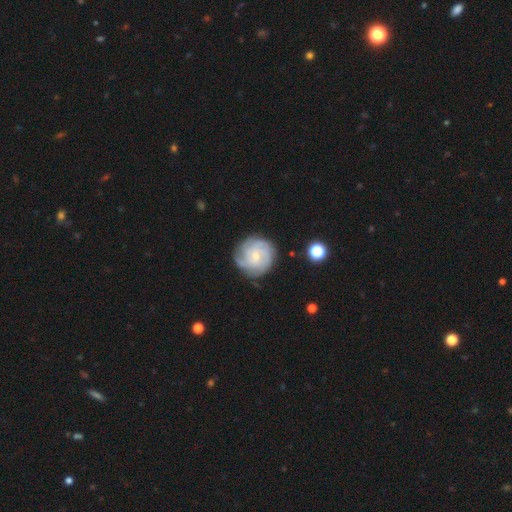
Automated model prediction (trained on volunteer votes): The model was most divided on "spiral arm count": can't tell: 32%, 4: 25%, 3: 20%, 2: 9%, more than 4: 8%, 1: 6%. More confident: edge-on disk — no (98%); spiral arms — yes (94%); merging — none (78%); smooth or featured — featured or disk (73%); bulge size — small (73%); bar — no (68%); spiral winding — tight (64%).